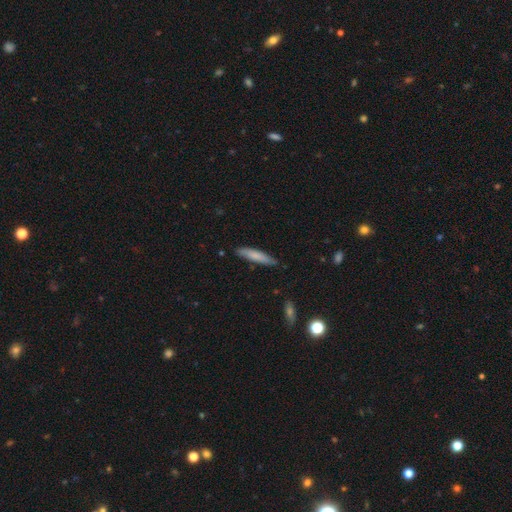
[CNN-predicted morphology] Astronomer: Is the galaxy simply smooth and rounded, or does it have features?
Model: smooth — 75%.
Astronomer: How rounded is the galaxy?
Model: cigar-shaped — 87%.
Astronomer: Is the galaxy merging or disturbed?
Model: none — 82%.